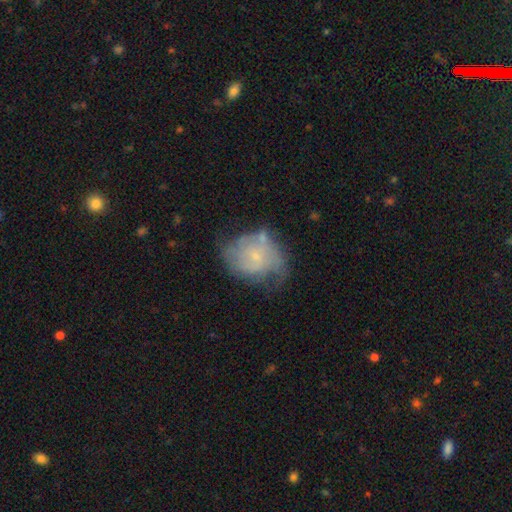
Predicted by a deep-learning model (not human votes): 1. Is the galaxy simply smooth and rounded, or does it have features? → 58% featured or disk, 33% smooth, 9% star or artifact.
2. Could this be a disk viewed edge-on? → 97% no, 3% yes.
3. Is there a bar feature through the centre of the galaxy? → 75% no, 22% weak, 3% strong.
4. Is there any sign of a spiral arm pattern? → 73% yes, 27% no.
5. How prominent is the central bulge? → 74% small, 16% moderate, 7% none, 1% large, 1% dominant.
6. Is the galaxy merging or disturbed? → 41% none, 31% minor disturbance, 21% major disturbance, 7% merger.